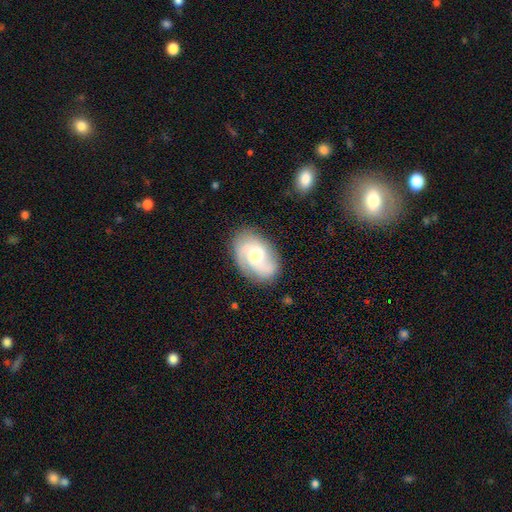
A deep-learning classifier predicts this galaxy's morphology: featured or disk 68%, smooth 25%, star or artifact 7%. Down the decision tree: edge-on disk — no (97%); bar — no (47%); spiral arms — yes (93%); spiral arm count — 2 (58%); spiral winding — medium (47%); bulge size — moderate (54%); merging — none (77%).